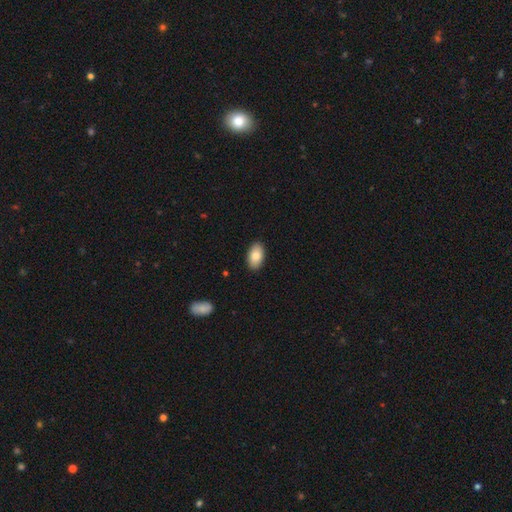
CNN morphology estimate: A smooth galaxy with no disk features (83%) that is in between round and cigar-shaped (95%). Merging: none (90%).